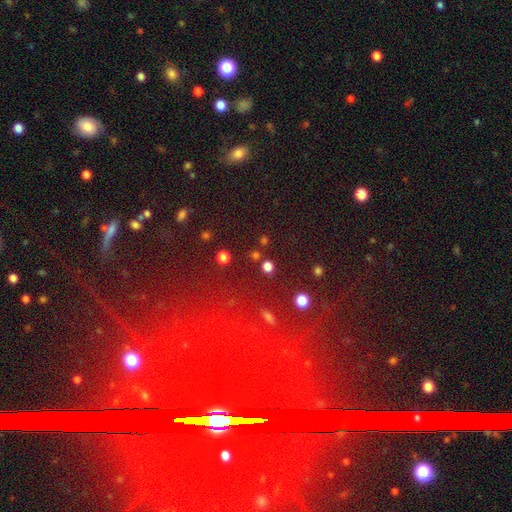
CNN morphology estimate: Smooth or featured? star or artifact (48%)